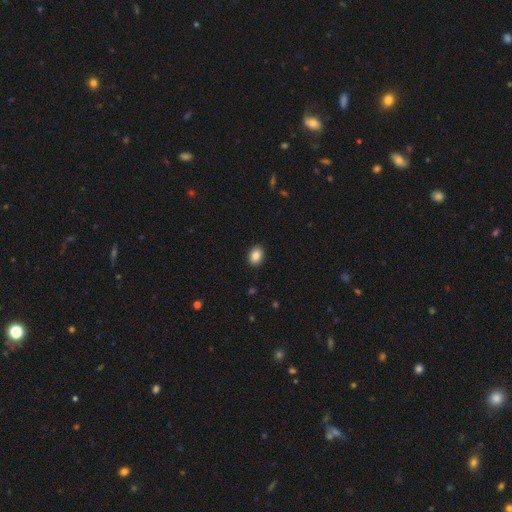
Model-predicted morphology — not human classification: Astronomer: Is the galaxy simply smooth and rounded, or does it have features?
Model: smooth — 86%.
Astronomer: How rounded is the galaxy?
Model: in between — 64%.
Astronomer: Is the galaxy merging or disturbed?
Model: none — 91%.